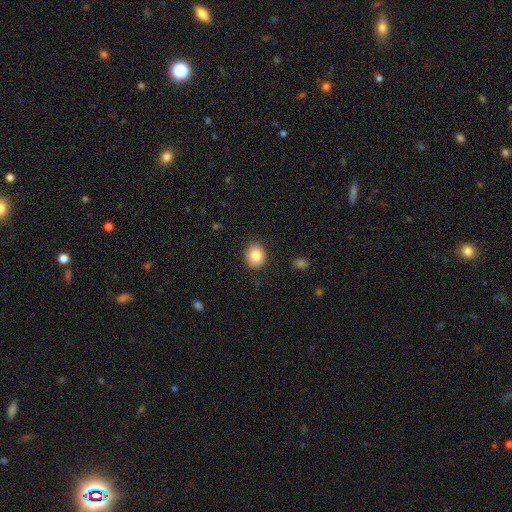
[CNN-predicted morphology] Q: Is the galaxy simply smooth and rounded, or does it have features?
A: smooth — 84%.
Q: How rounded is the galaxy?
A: round — 71%.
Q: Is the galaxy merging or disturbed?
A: none — 88%.